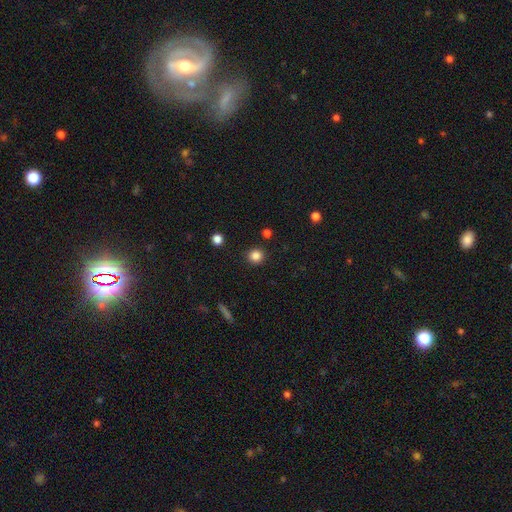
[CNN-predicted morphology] type=smooth (84%); roundness=round (91%); merging=none (90%).